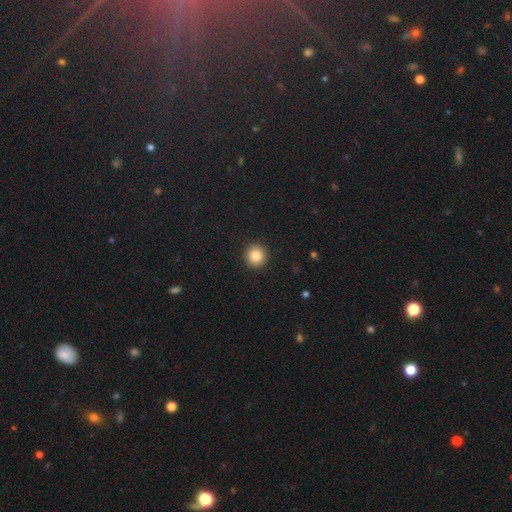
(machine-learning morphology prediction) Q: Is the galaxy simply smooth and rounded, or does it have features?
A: smooth — 86%.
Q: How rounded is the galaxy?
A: round — 94%.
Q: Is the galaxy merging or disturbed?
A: none — 93%.